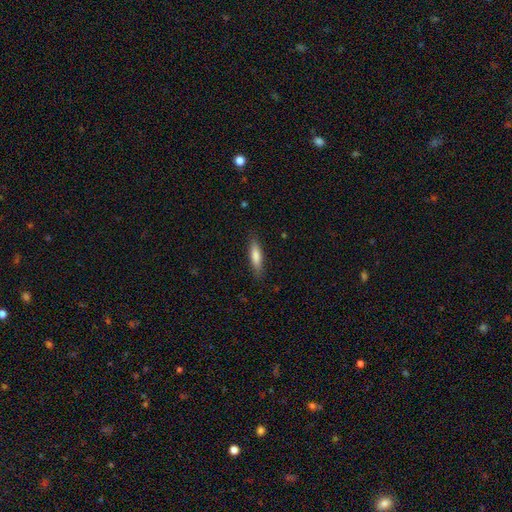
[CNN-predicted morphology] smooth_or_featured: smooth (p=0.79) [alt: featured or disk p=0.16]
how_rounded: cigar-shaped (p=0.70) [alt: in between p=0.29]
merging: none (p=0.85) [alt: minor disturbance p=0.11]